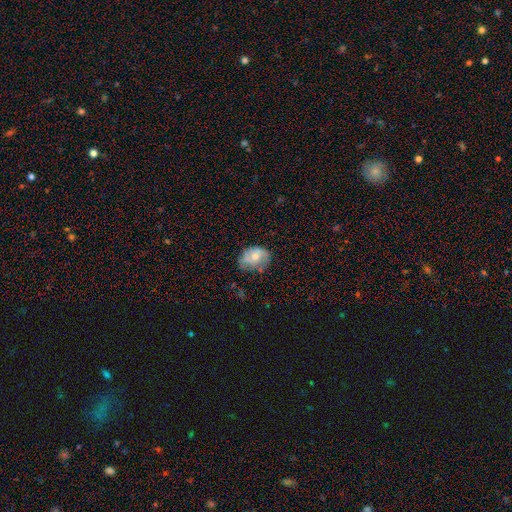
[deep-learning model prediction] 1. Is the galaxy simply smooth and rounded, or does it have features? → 52% smooth, 39% featured or disk, 8% star or artifact.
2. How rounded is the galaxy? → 63% in between, 36% round, 1% cigar-shaped.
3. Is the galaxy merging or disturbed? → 56% none, 30% minor disturbance, 11% major disturbance, 3% merger.